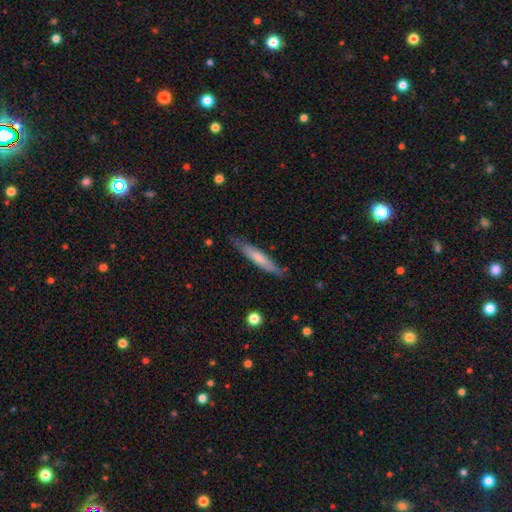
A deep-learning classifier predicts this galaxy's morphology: Smooth or featured?
  - smooth: 55% *
  - featured or disk: 40%
  - star or artifact: 6%
How rounded?
  - cigar-shaped: 92% *
  - in between: 6%
  - round: 1%
Merging?
  - none: 81% *
  - minor disturbance: 15%
  - major disturbance: 3%
  - merger: 1%